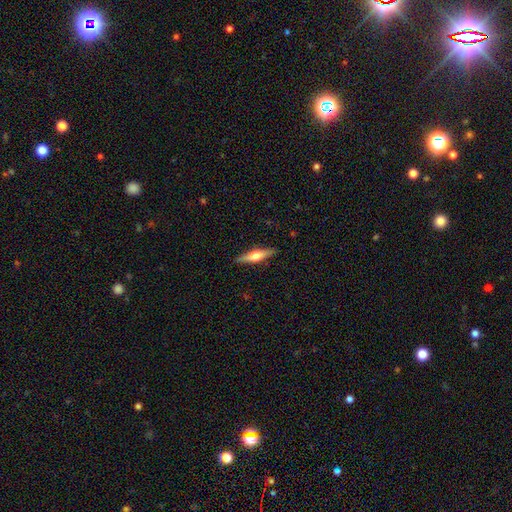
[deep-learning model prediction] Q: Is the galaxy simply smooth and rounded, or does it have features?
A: featured or disk — 64%.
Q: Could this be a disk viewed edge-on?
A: yes — 97%.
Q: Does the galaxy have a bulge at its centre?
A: rounded — 93%.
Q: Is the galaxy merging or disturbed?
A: none — 90%.